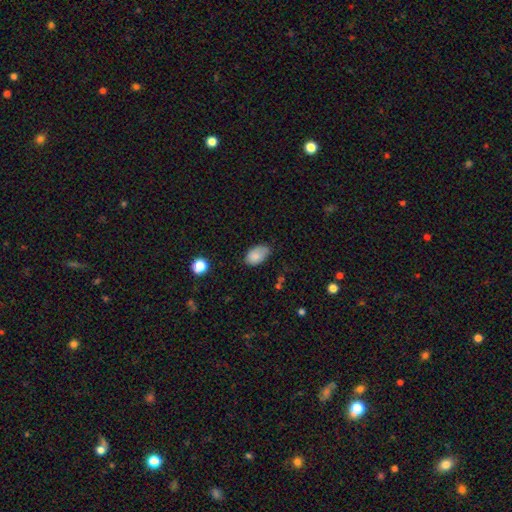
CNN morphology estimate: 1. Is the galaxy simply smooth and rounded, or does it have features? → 85% smooth, 8% star or artifact, 7% featured or disk.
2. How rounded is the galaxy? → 91% in between, 8% round, 1% cigar-shaped.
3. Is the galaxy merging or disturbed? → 64% none, 29% minor disturbance, 5% major disturbance, 2% merger.